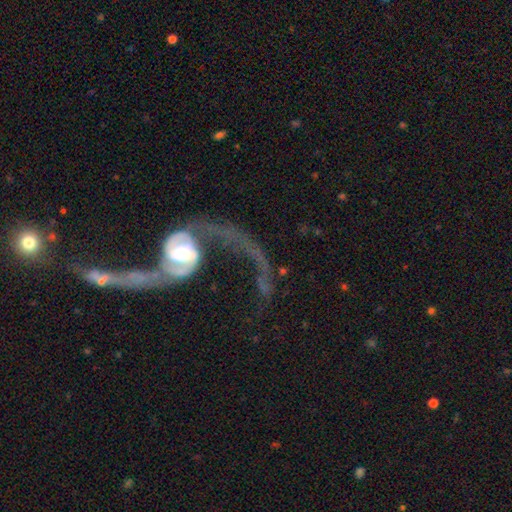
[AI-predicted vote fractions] Smooth or featured? featured or disk (86%)
Edge-on disk? no (95%)
Bar? no (47%)
Spiral arms? yes (92%)
Spiral winding? loose (84%)
Spiral arm count? 2 (90%)
Bulge size? moderate (48%)
Merging? none (36%)